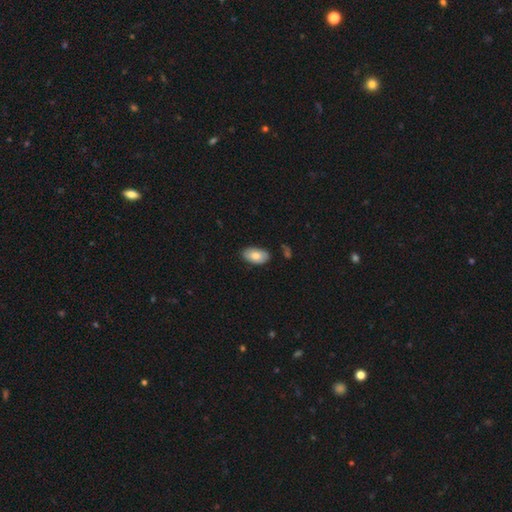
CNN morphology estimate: This appears to be a smooth galaxy with no disk features (78%) that is in between round and cigar-shaped (95%). Merging: none (82%).